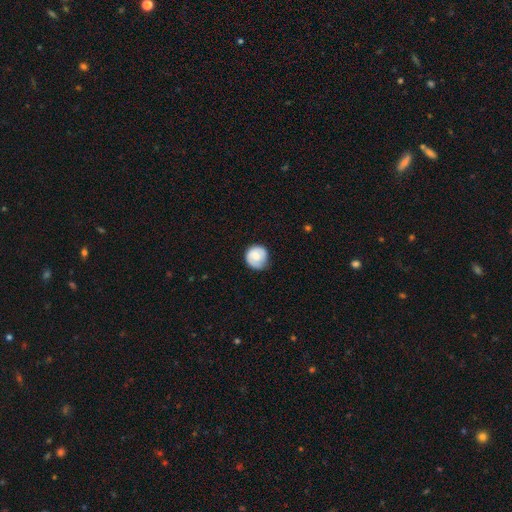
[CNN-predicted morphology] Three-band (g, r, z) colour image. It shows a smooth galaxy with no disk features (66%) that is round (91%). Merging: none (73%).